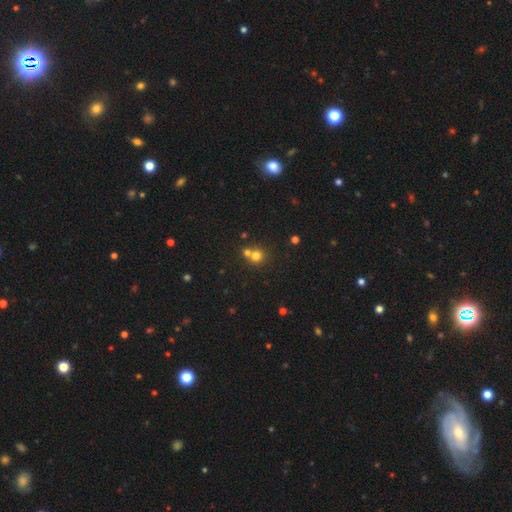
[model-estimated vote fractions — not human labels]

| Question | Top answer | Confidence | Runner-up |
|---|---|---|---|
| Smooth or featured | smooth | 73% | star or artifact (17%) |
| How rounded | round | 88% | in between (11%) |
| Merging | none | 51% | merger (41%) |